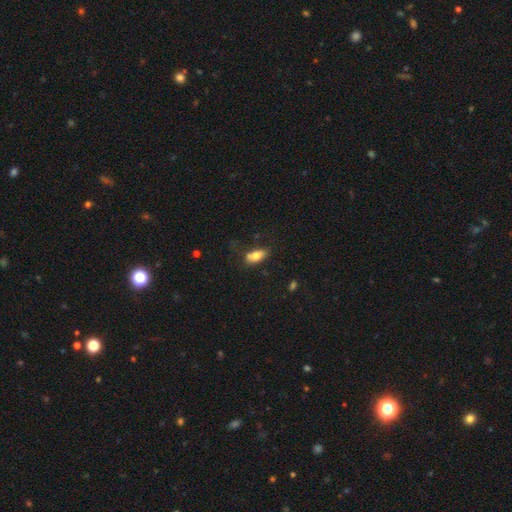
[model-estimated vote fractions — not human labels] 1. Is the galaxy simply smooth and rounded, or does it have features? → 74% smooth, 18% featured or disk, 8% star or artifact.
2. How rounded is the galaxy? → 84% in between, 12% cigar-shaped, 4% round.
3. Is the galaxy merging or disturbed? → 59% none, 23% minor disturbance, 9% merger, 8% major disturbance.